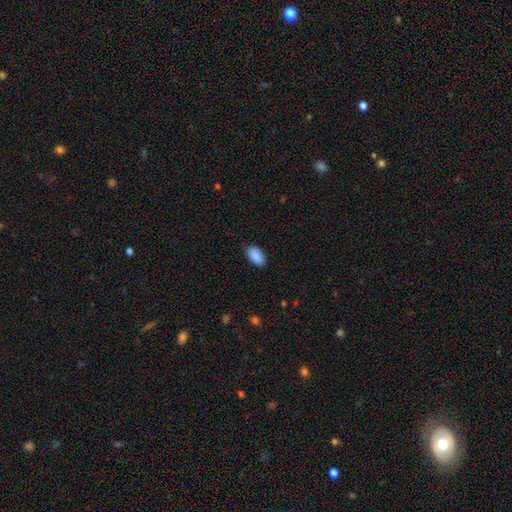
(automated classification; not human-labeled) Q: Smooth or featured?
A: smooth (90%); runner-up: star or artifact (7%)
Q: How rounded?
A: in between (94%); runner-up: round (4%)
Q: Merging?
A: none (81%); runner-up: minor disturbance (15%)